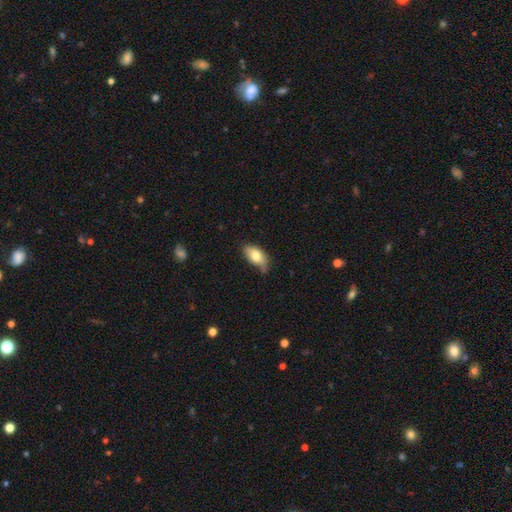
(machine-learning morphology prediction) This is likely a smooth galaxy (77%). How rounded: clearly in between (91%). Merging: possibly none (55%).